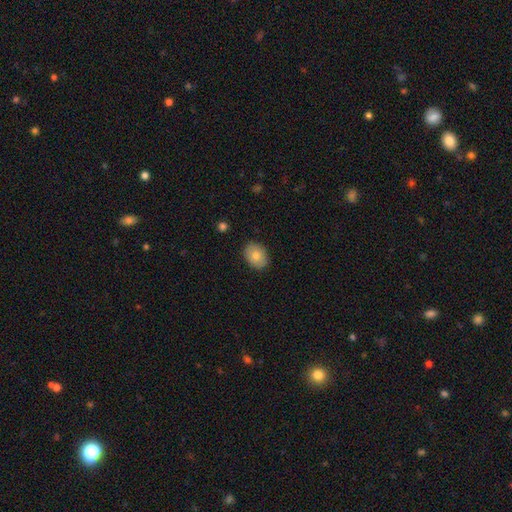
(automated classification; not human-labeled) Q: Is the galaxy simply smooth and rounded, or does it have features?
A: smooth — 80%.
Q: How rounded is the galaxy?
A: in between — 69%.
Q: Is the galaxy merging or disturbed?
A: none — 87%.